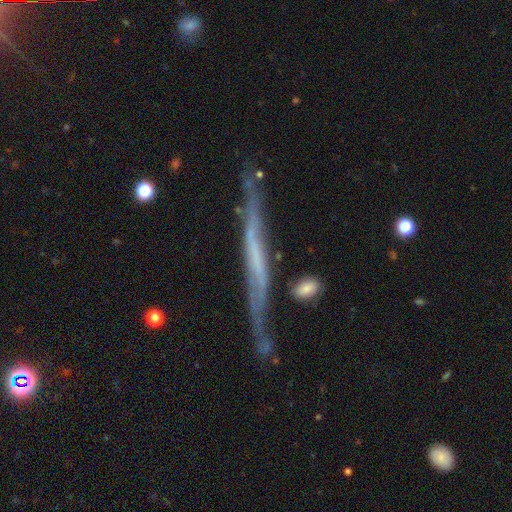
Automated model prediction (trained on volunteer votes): Morphology: type=featured or disk (69%); edge-on=yes (87%); edge-on bulge=none (79%); merging=none (60%).